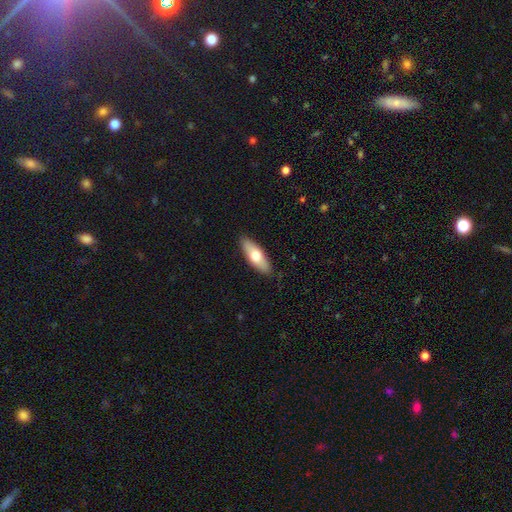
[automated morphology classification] Smooth or featured? smooth (67%)
How rounded? in between (59%)
Merging? none (88%)